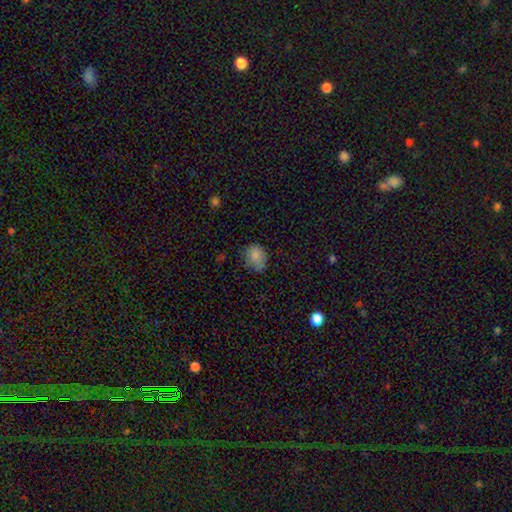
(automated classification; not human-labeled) Overall: smooth (82%). How rounded: in between (57%; round 42%). Merging: none (59%; minor disturbance 29%).